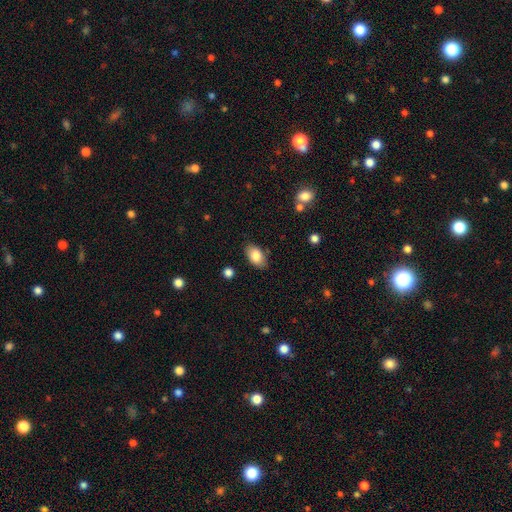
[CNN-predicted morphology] Smooth or featured?
  - smooth: 85% *
  - featured or disk: 8%
  - star or artifact: 7%
How rounded?
  - in between: 92% *
  - round: 7%
  - cigar-shaped: 1%
Merging?
  - none: 83% *
  - minor disturbance: 12%
  - major disturbance: 3%
  - merger: 2%